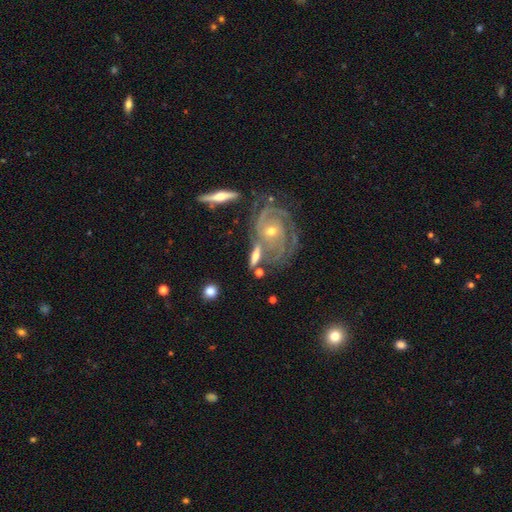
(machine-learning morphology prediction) The model was most divided on "bulge size": moderate: 46%, small: 42%, large: 7%, none: 3%, dominant: 2%. Remaining: spiral arms — yes (85%); edge-on disk — no (77%); smooth or featured — featured or disk (66%); bar — no (63%); merging — none (47%).